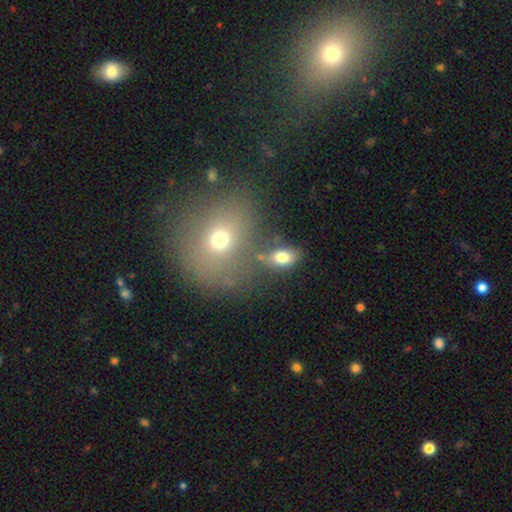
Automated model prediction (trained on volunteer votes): A smooth galaxy with no disk features (55%) that is round (82%).

Vote fractions:
- Smooth or featured? smooth: 55% / star or artifact: 29% / featured or disk: 16%
- How rounded? round: 82% / in between: 16% / cigar-shaped: 1%
- Merging? none: 61% / merger: 21% / minor disturbance: 12% / major disturbance: 7%